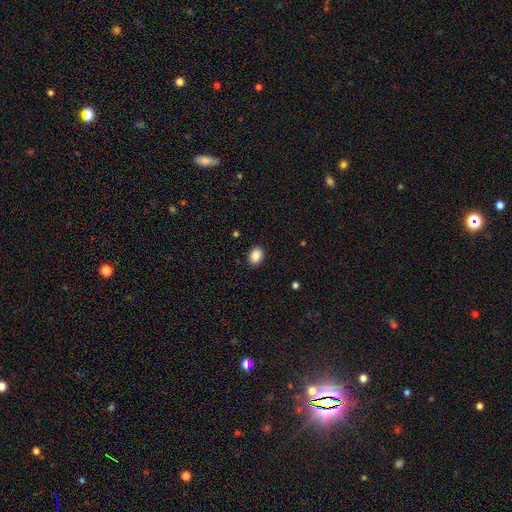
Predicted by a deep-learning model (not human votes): This appears to be a smooth galaxy with no disk features (89%) that is in between round and cigar-shaped (65%). Merging: none (90%).